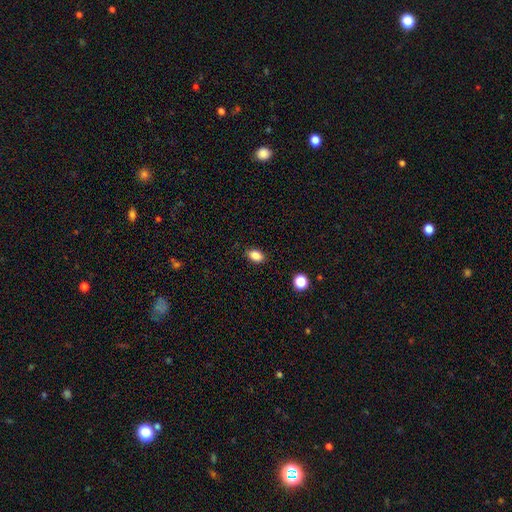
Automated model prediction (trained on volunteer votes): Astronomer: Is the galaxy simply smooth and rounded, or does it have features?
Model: smooth — 86%.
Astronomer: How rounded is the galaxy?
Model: in between — 83%.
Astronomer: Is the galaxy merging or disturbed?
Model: none — 86%.